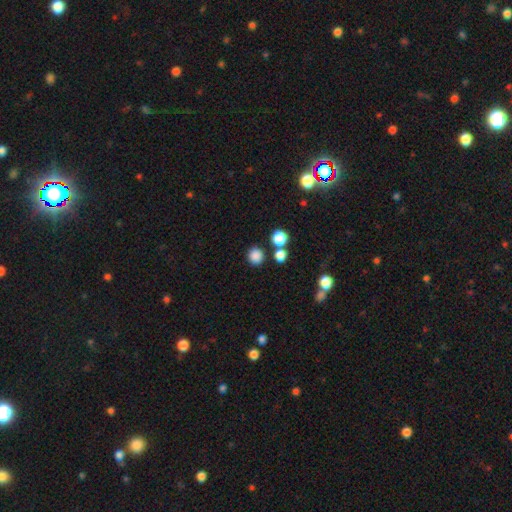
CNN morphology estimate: This appears to be a smooth galaxy with no disk features (83%) that is round (90%). Merging: none (79%).